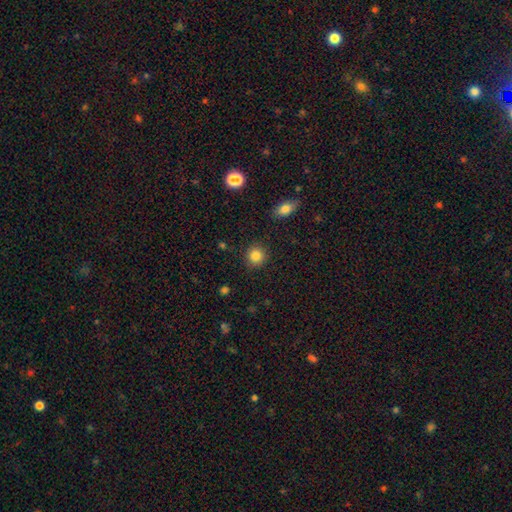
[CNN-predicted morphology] A smooth galaxy with no disk features (86%) that is round (90%). Merging: none (90%).